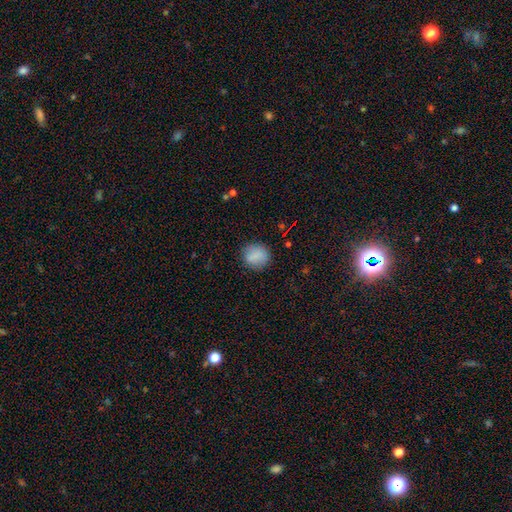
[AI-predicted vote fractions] Smooth or featured: smooth — 84% (star or artifact — 8%)
How rounded: round — 82% (in between — 17%)
Merging: none — 84% (minor disturbance — 11%)